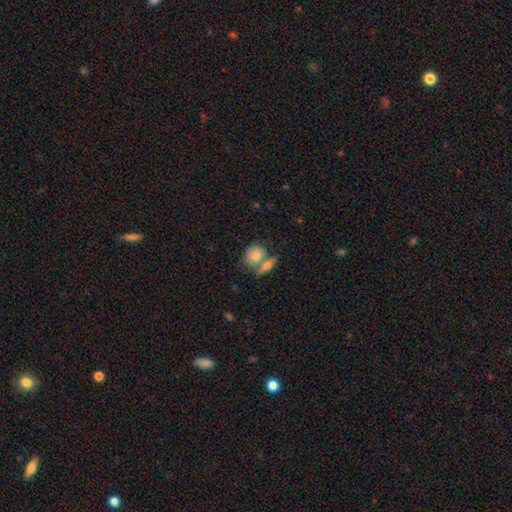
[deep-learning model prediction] Q: Smooth or featured?
A: smooth (77%); runner-up: featured or disk (15%)
Q: How rounded?
A: round (49%); runner-up: in between (48%)
Q: Merging?
A: none (44%); runner-up: merger (39%)